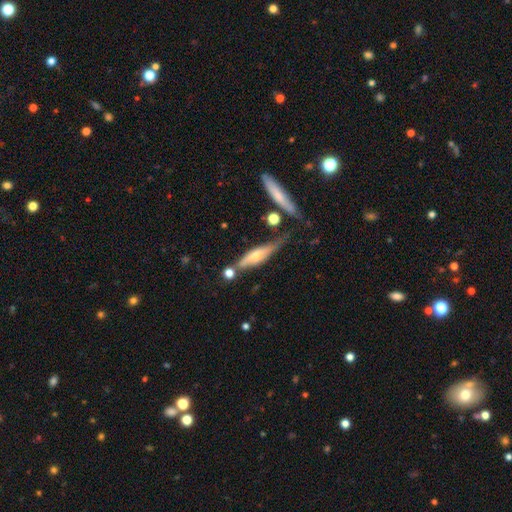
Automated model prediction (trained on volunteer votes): Morphology: type=featured or disk (54%); edge-on=yes (77%); merging=none (49%).